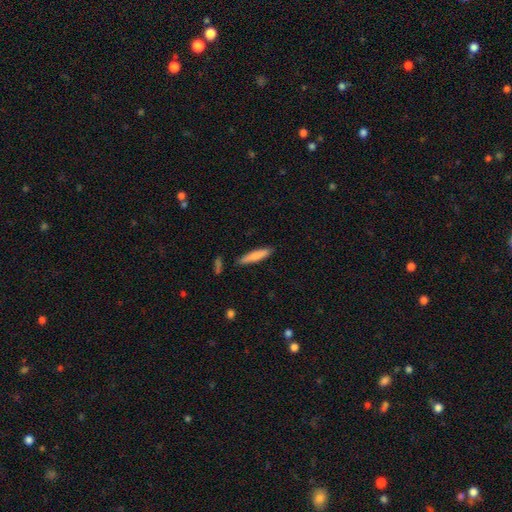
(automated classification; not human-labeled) Overall: smooth (74%). How rounded: cigar-shaped (85%). Merging: none (86%).